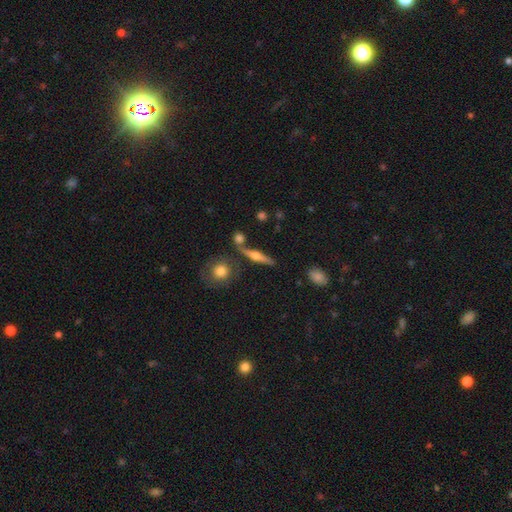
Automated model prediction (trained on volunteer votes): Smooth or featured? featured or disk (68%)
Edge-on disk? yes (95%)
Edge-on bulge? rounded (93%)
Merging? none (76%)